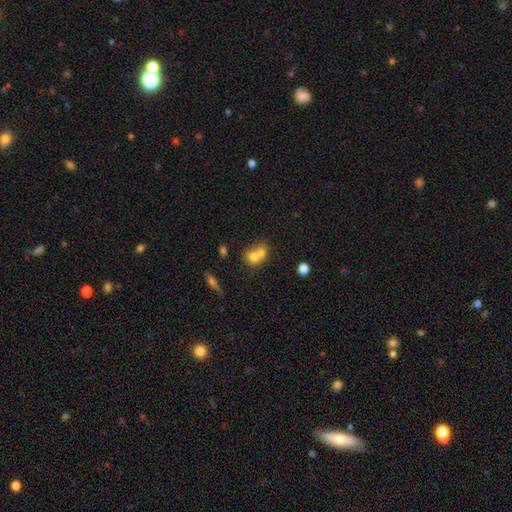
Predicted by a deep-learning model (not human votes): This appears to be a smooth galaxy with no disk features (69%) that is round (62%). Merging: merger (67%).